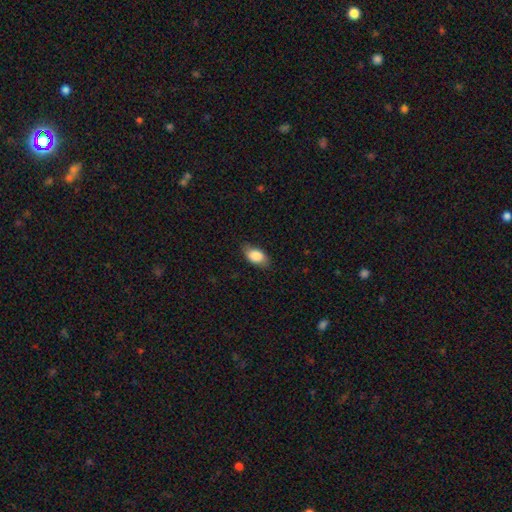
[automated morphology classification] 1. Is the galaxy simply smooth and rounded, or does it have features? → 84% smooth, 9% featured or disk, 7% star or artifact.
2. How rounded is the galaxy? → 90% in between, 7% round, 3% cigar-shaped.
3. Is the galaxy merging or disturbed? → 77% none, 18% minor disturbance, 4% major disturbance, 1% merger.